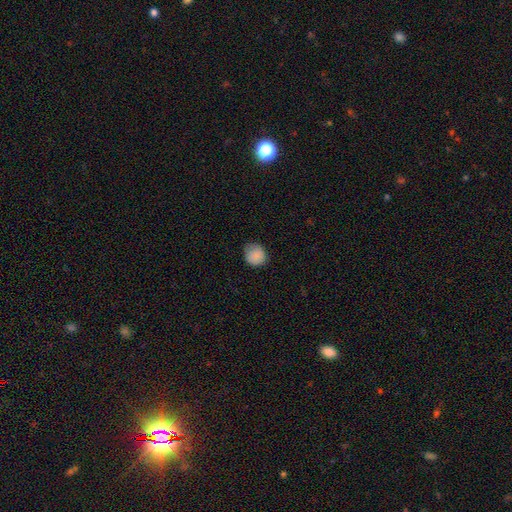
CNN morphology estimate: The model was most divided on "merging": none: 71%, minor disturbance: 23%, major disturbance: 4%, merger: 1%. More confident: smooth or featured — smooth (87%); how rounded — round (85%).